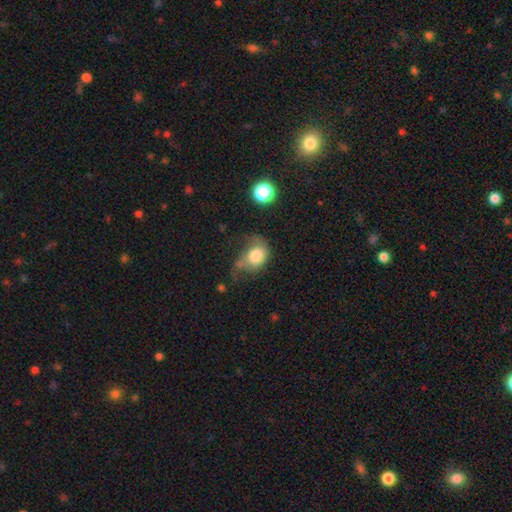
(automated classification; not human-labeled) This is likely a smooth galaxy (70%). How rounded: possibly in between (60%). Merging: marginally major disturbance (39%).